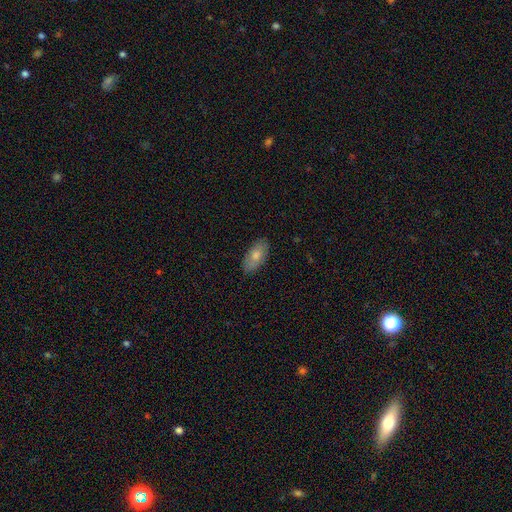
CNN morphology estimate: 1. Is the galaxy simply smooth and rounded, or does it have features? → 74% smooth, 19% featured or disk, 6% star or artifact.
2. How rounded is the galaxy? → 92% in between, 6% cigar-shaped, 3% round.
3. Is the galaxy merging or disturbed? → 83% none, 13% minor disturbance, 2% major disturbance, 1% merger.